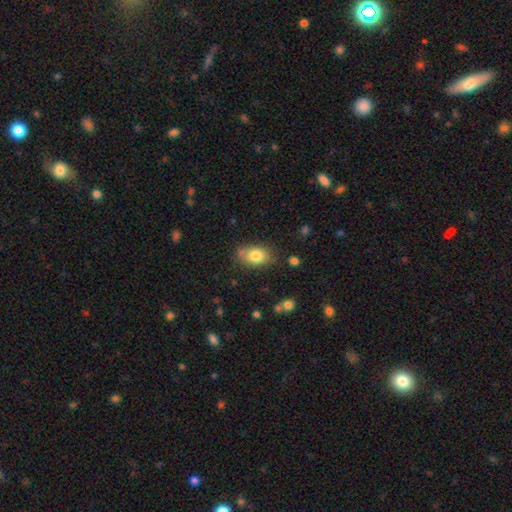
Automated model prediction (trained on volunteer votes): This appears to be a smooth galaxy with no disk features (81%) that is in between round and cigar-shaped (80%). Merging: none (71%).